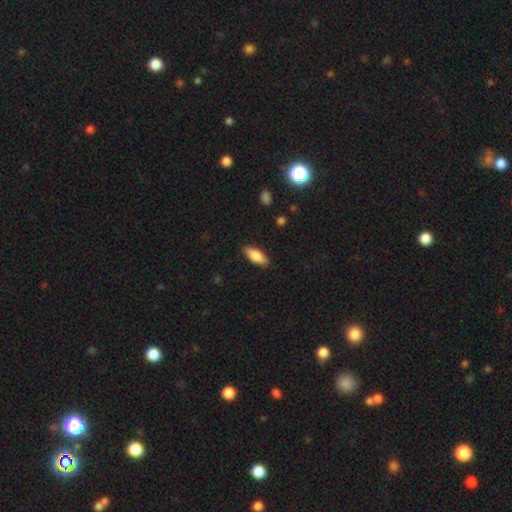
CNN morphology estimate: Smooth or featured? Predicted: smooth (p=0.84). How rounded? Predicted: in between (p=0.73). Merging? Predicted: none (p=0.87).